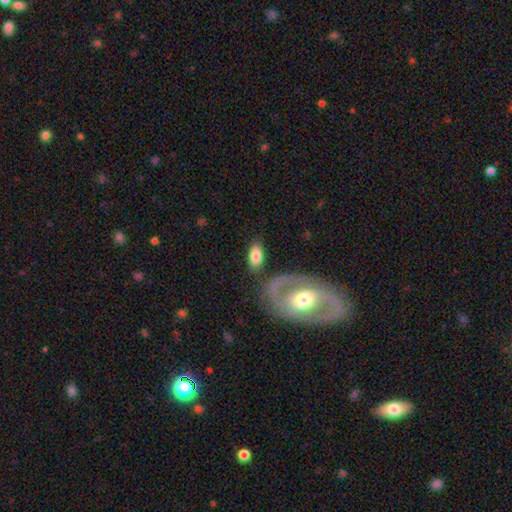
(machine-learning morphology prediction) This appears to be a smooth galaxy with no disk features (75%) that is in between round and cigar-shaped (92%). Merging: none (71%).